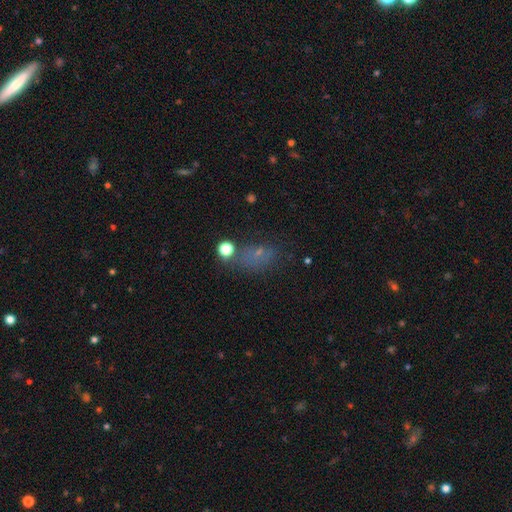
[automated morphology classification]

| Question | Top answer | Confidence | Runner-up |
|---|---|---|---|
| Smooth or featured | smooth | 53% | star or artifact (33%) |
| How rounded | in between | 69% | round (28%) |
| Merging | none | 59% | minor disturbance (19%) |